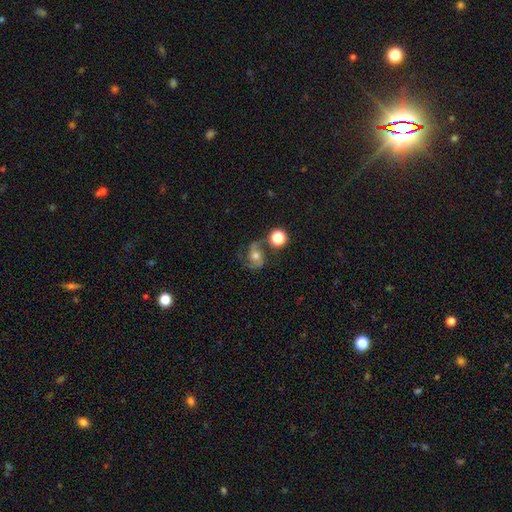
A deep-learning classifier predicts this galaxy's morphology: smooth-or-featured: featured or disk: 59% | smooth: 29% | star or artifact: 12%
  disk-edge-on: no: 97% | yes: 3%
    bar: no: 67% | weak: 26% | strong: 7%
    has-spiral-arms: yes: 89% | no: 11%
      spiral-winding: medium: 45% | loose: 41% | tight: 14%
      spiral-arm-count: 2: 81% | 1: 7% | can't tell: 6% | 3: 3% | 4: 1% | more than 4: 1%
    bulge-size: moderate: 63% | small: 17% | large: 15% | none: 3% | dominant: 2%
  merging: none: 51% | minor disturbance: 19% | major disturbance: 16% | merger: 14%